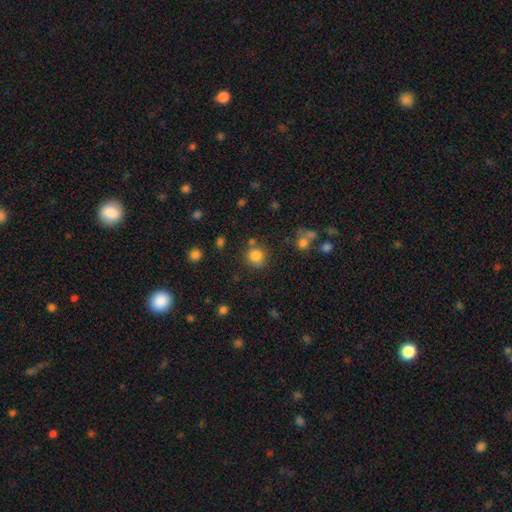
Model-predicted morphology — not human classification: Smooth or featured? smooth (83%)
How rounded? round (87%)
Merging? none (74%)